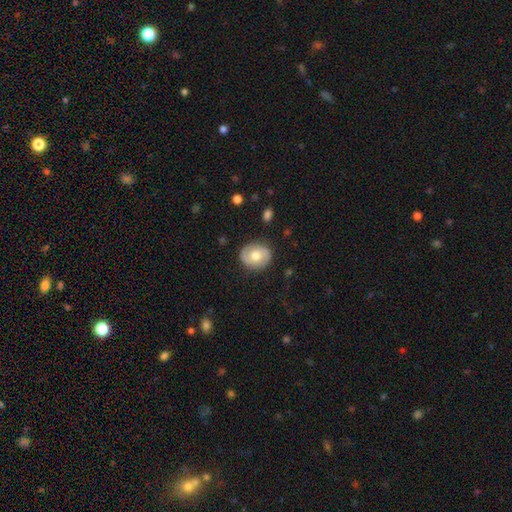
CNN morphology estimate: A featured or disk galaxy (57%) with no bar (66%), spiral arms (81%) and a moderate central bulge (74%).

Vote fractions:
- Smooth or featured? featured or disk: 57% / smooth: 37% / star or artifact: 6%
- Edge-on disk? no: 97% / yes: 3%
- Bar? no: 66% / weak: 28% / strong: 6%
- Spiral arms? yes: 81% / no: 19%
- Bulge size? moderate: 74% / small: 13% / large: 10% / none: 1% / dominant: 1%
- Merging? none: 84% / minor disturbance: 12% / major disturbance: 3% / merger: 1%